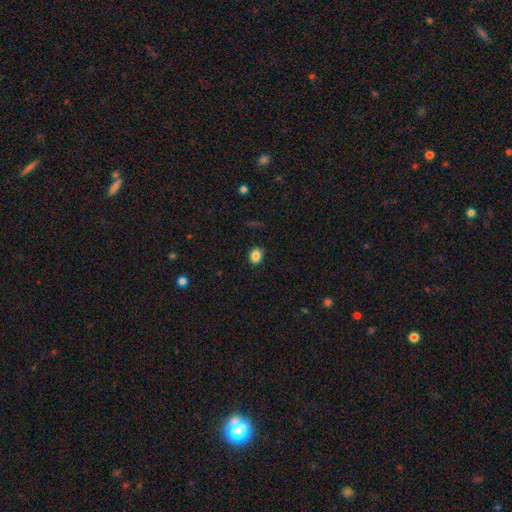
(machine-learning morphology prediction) Overall: smooth (85%). How rounded: round (54%; in between 45%). Merging: none (86%).